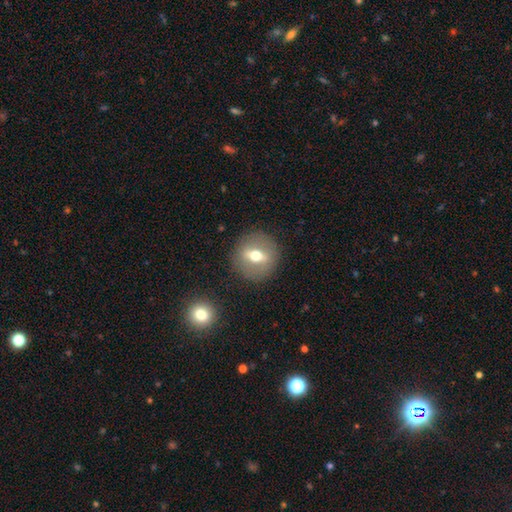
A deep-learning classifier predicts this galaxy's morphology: This appears to be a featured or disk galaxy (52%). Merging: none (87%).